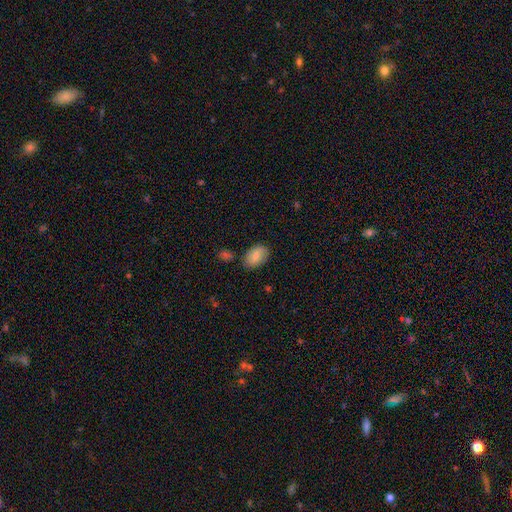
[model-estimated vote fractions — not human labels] Smooth or featured? Predicted: smooth (p=0.78). How rounded? Predicted: in between (p=0.90). Merging? Predicted: none (p=0.78).